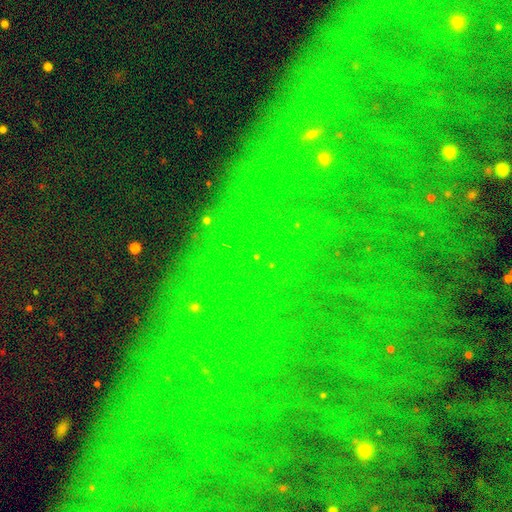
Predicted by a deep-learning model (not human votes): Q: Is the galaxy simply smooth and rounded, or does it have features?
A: star or artifact — 83%.